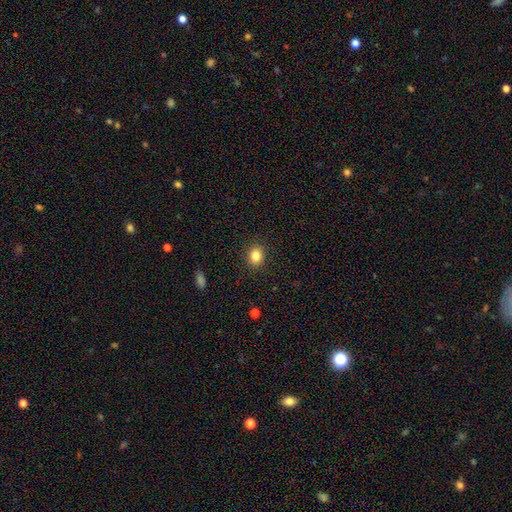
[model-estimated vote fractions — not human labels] Smooth or featured?
  - smooth: 84% *
  - star or artifact: 11%
  - featured or disk: 6%
How rounded?
  - round: 58% *
  - in between: 41%
  - cigar-shaped: 1%
Merging?
  - none: 89% *
  - minor disturbance: 8%
  - major disturbance: 2%
  - merger: 1%